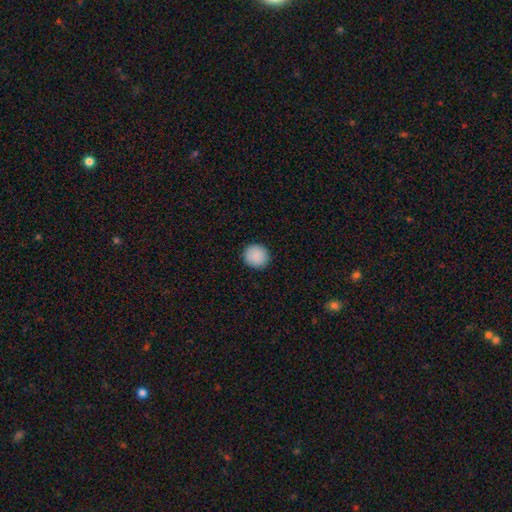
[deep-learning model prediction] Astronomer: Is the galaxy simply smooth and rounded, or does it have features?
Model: smooth — 90%.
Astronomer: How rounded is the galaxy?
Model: round — 92%.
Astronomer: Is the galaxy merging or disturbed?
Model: none — 92%.